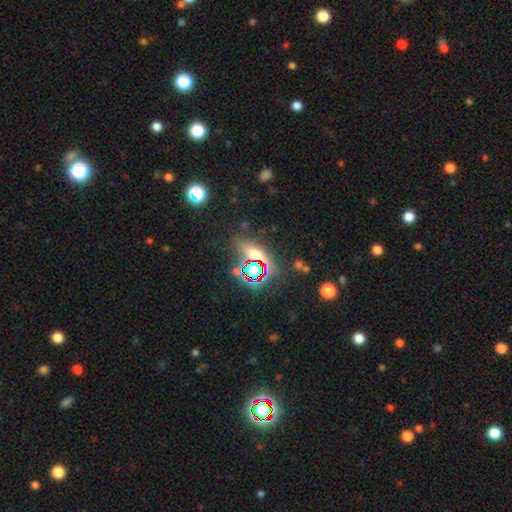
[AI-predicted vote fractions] Smooth or featured?
  - star or artifact: 54% *
  - smooth: 32%
  - featured or disk: 14%